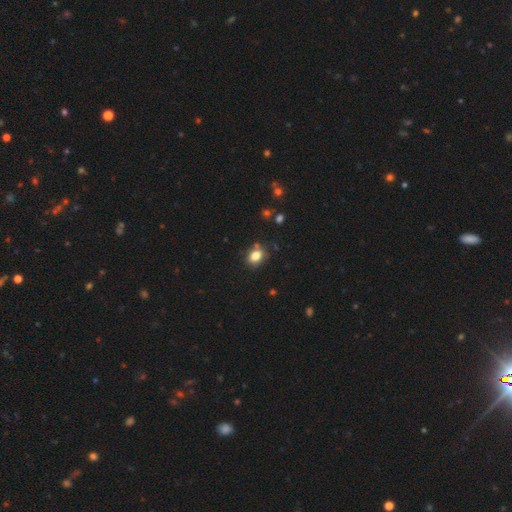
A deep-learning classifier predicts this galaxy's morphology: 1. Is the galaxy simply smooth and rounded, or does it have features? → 82% smooth, 10% star or artifact, 7% featured or disk.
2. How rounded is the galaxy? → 69% in between, 30% round, 1% cigar-shaped.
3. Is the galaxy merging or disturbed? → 76% none, 15% minor disturbance, 5% merger, 3% major disturbance.